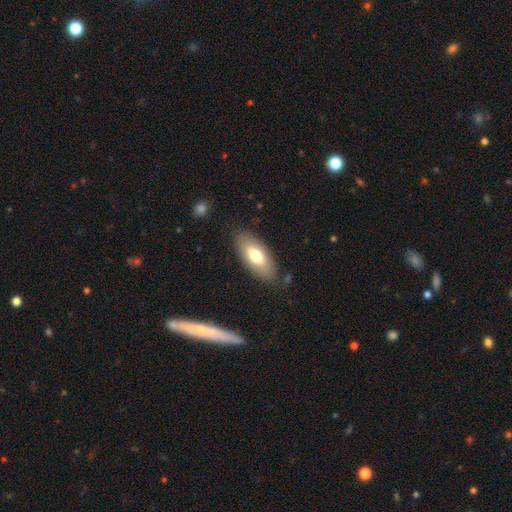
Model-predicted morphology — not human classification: smooth 72%, featured or disk 21%, star or artifact 7%. Down the decision tree: how rounded — in between (87%); merging — none (82%).